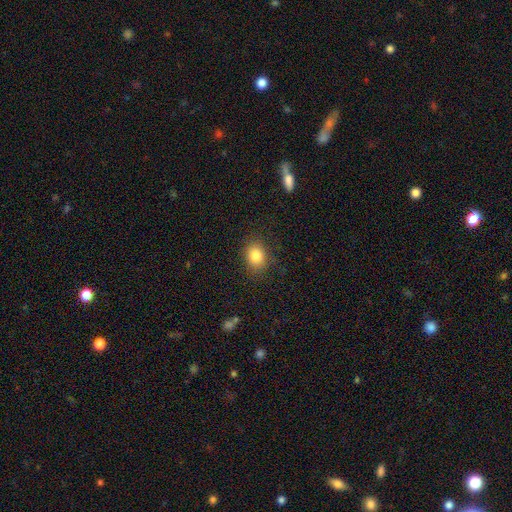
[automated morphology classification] type=smooth (83%); roundness=in between (52%); merging=none (84%).